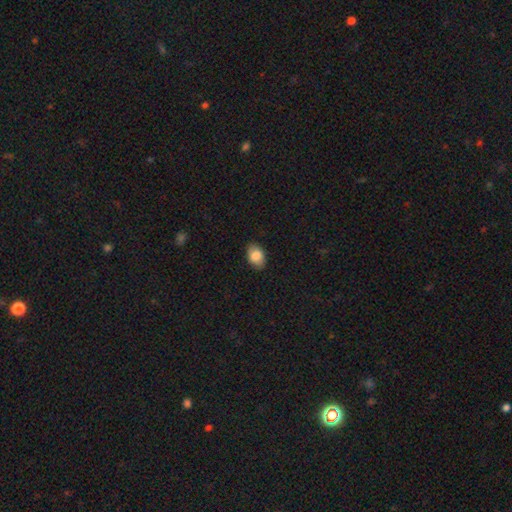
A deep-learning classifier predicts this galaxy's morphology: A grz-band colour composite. It shows a smooth galaxy with no disk features (85%) that is in between round and cigar-shaped (85%). Merging: none (87%).